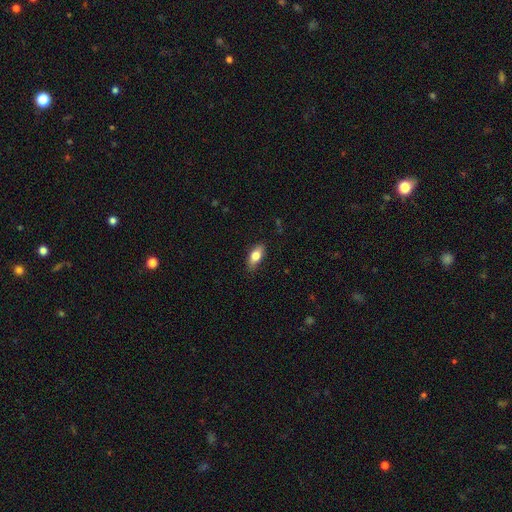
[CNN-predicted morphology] A smooth galaxy with no disk features (77%) that is in between round and cigar-shaped (84%). Merging: none (83%).